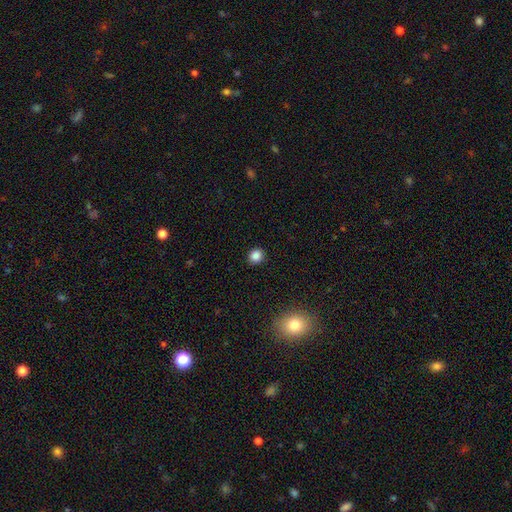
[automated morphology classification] This appears to be a smooth galaxy with no disk features (85%) that is round (81%). Merging: none (91%).